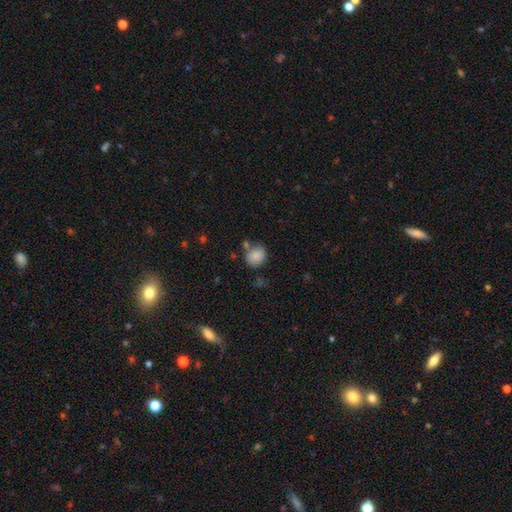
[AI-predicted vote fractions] A smooth galaxy with no disk features (85%) that is round (68%).

Vote fractions:
- Smooth or featured? smooth: 85% / star or artifact: 8% / featured or disk: 6%
- How rounded? round: 68% / in between: 31% / cigar-shaped: 1%
- Merging? none: 66% / minor disturbance: 17% / merger: 12% / major disturbance: 5%